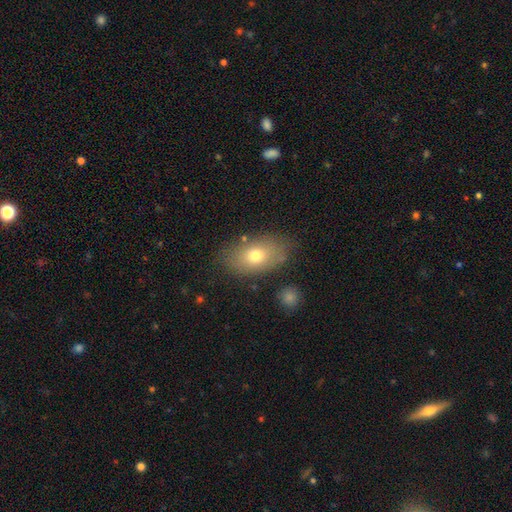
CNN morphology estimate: Smooth or featured? smooth (71%)
How rounded? in between (88%)
Merging? none (79%)